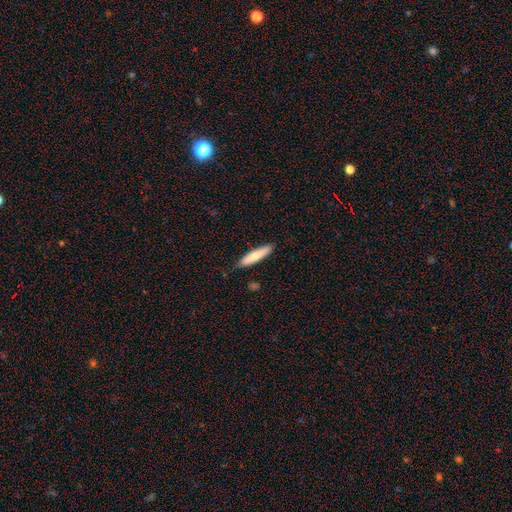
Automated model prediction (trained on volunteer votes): Q: Smooth or featured?
A: smooth (73%); runner-up: featured or disk (21%)
Q: How rounded?
A: cigar-shaped (80%); runner-up: in between (18%)
Q: Merging?
A: none (84%); runner-up: minor disturbance (12%)